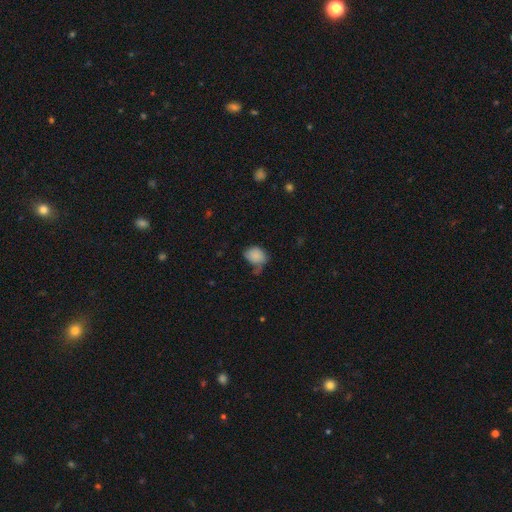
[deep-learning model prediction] A smooth galaxy with no disk features (84%) that is in between round and cigar-shaped (59%).

Vote fractions:
- Smooth or featured? smooth: 84% / star or artifact: 9% / featured or disk: 7%
- How rounded? in between: 59% / round: 40% / cigar-shaped: 1%
- Merging? none: 44% / minor disturbance: 32% / major disturbance: 15% / merger: 9%